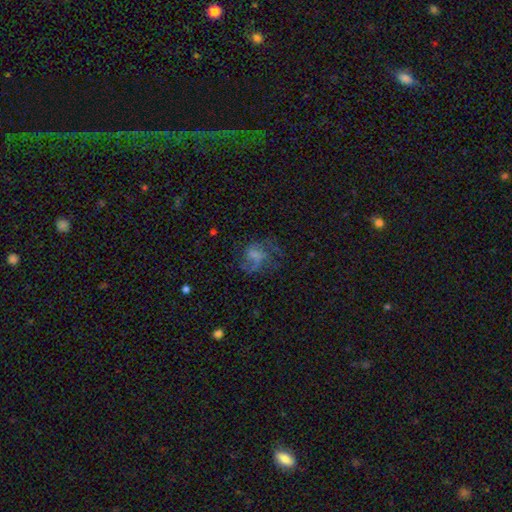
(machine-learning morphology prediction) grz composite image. It shows a featured or disk galaxy (49%). Merging: major disturbance (39%, tied with none).